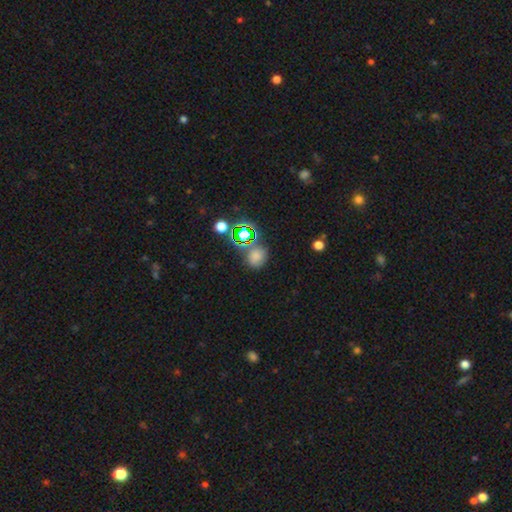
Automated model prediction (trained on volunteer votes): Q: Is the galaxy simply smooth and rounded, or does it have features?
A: smooth — 63%.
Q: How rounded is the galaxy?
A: round — 68%.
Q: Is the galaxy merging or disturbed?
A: none — 66%.